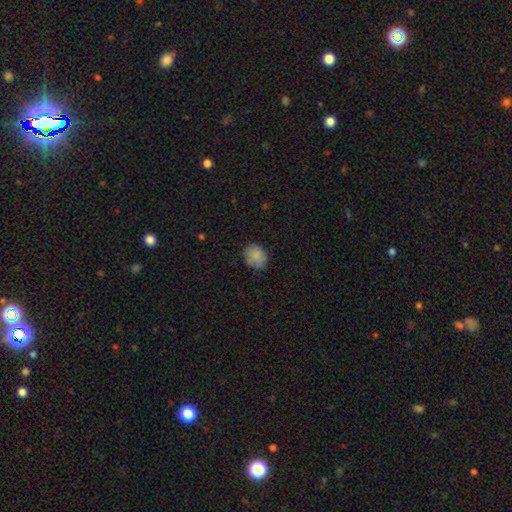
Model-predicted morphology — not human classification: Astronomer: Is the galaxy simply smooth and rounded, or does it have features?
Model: smooth — 84%.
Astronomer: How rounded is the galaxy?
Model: round — 59% (runner-up: in between, 40%).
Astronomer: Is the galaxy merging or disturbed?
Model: none — 75%.